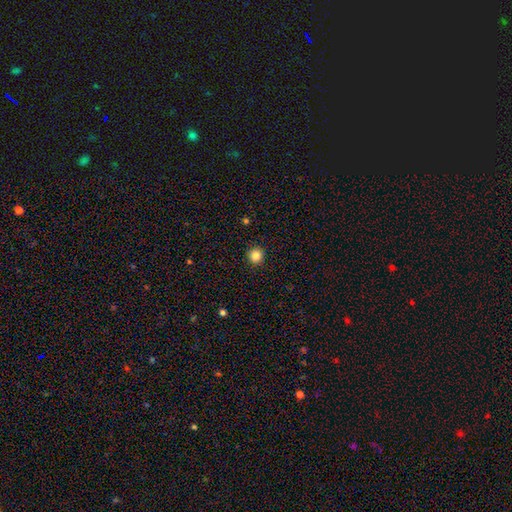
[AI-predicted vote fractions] Morphology: type=smooth (85%); roundness=round (94%); merging=none (93%).